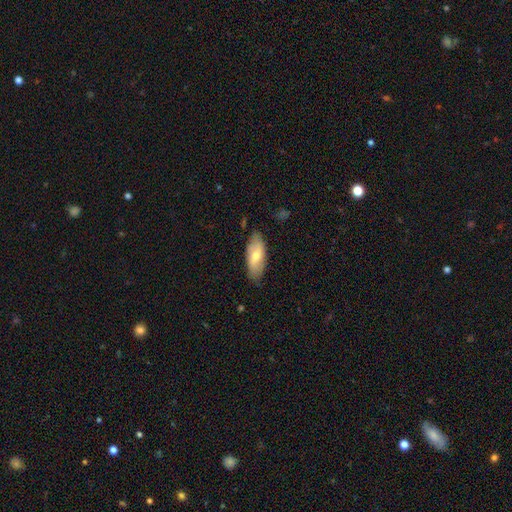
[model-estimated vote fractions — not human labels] A smooth galaxy with no disk features (61%) that is in between round and cigar-shaped (82%).

Vote fractions:
- Smooth or featured? smooth: 61% / featured or disk: 33% / star or artifact: 6%
- How rounded? in between: 82% / cigar-shaped: 16% / round: 2%
- Merging? none: 80% / minor disturbance: 17% / major disturbance: 3% / merger: 1%